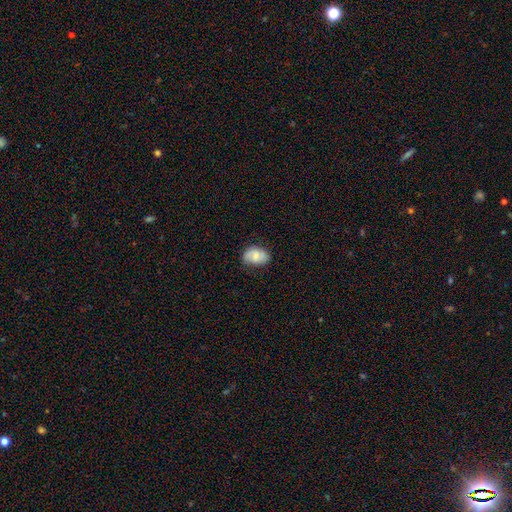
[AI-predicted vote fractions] A smooth galaxy with no disk features (68%) that is in between round and cigar-shaped (80%).

Vote fractions:
- Smooth or featured? smooth: 68% / featured or disk: 24% / star or artifact: 7%
- How rounded? in between: 80% / round: 19% / cigar-shaped: 1%
- Merging? none: 65% / minor disturbance: 28% / major disturbance: 6% / merger: 1%